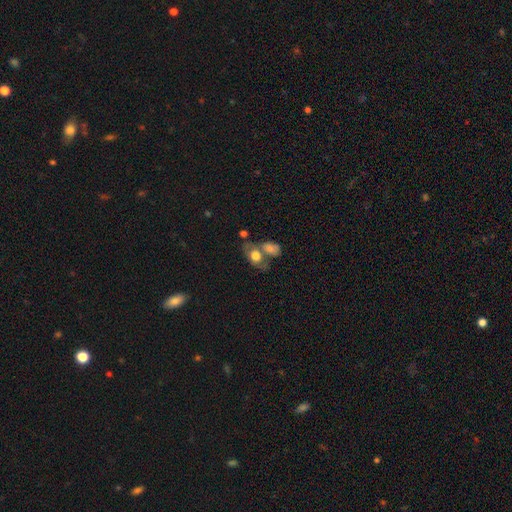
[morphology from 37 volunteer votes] type=smooth (70%); roundness=in between (58%); merging=merger (47%).